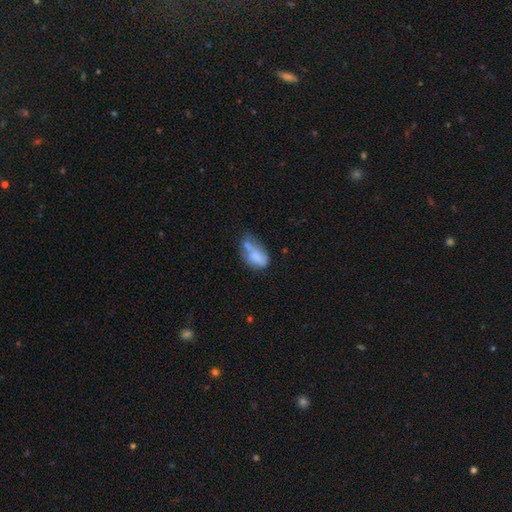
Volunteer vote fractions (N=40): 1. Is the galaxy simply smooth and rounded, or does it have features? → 75% smooth, 20% featured or disk, 5% star or artifact.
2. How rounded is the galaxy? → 93% in between, 7% cigar-shaped, 0% round.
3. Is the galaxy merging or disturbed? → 29% none (tied), 29% minor disturbance (tied), 26% merger, 16% major disturbance.